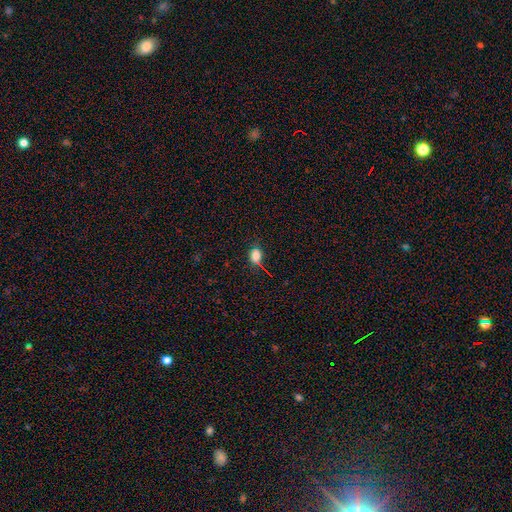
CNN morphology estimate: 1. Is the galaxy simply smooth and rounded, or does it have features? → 79% smooth, 13% star or artifact, 8% featured or disk.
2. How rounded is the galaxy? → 67% in between, 30% round, 2% cigar-shaped.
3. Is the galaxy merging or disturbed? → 63% none, 24% minor disturbance, 9% major disturbance, 4% merger.